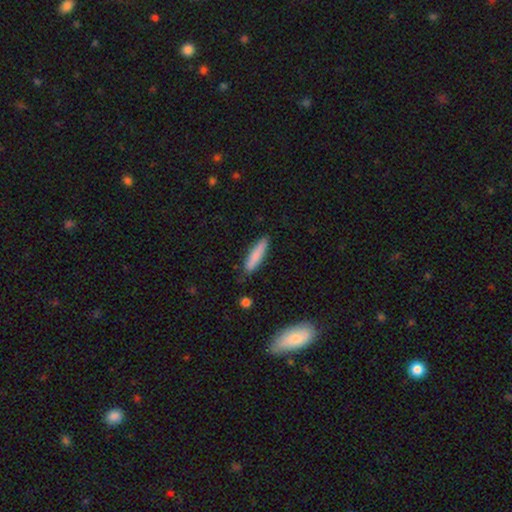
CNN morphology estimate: This is clearly a smooth galaxy (81%). How rounded: clearly cigar-shaped (83%). Merging: clearly none (84%).